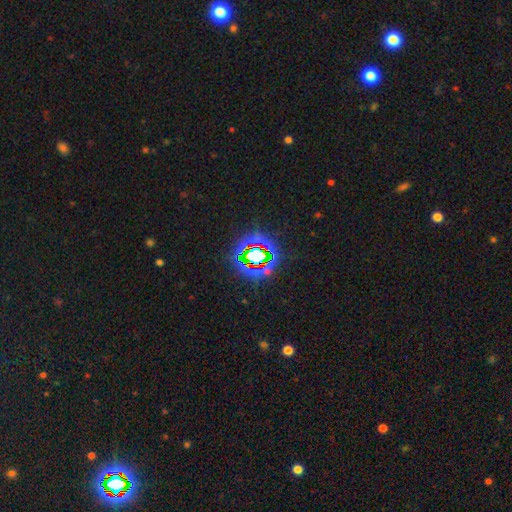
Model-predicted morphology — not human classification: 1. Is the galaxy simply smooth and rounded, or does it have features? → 73% star or artifact, 16% smooth, 11% featured or disk.